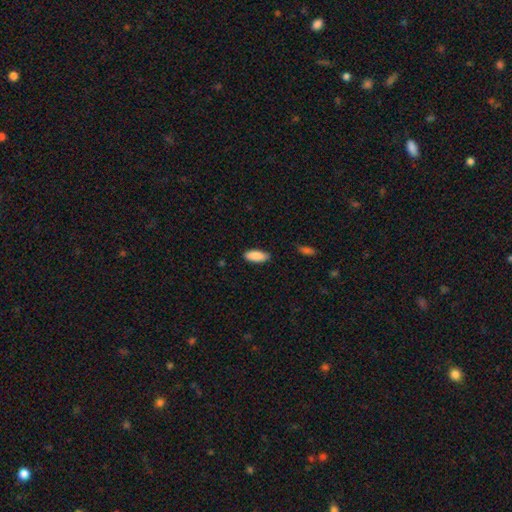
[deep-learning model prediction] Smooth or featured?
  - smooth: 89% *
  - star or artifact: 6%
  - featured or disk: 5%
How rounded?
  - in between: 81% *
  - cigar-shaped: 17%
  - round: 2%
Merging?
  - none: 84% *
  - minor disturbance: 13%
  - major disturbance: 2%
  - merger: 1%